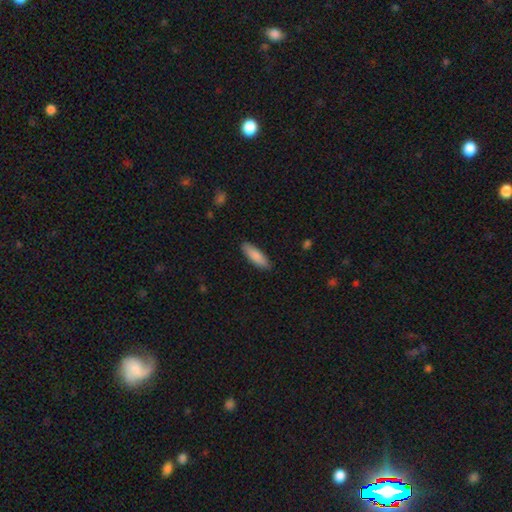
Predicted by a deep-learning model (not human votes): Smooth or featured? smooth (86%)
How rounded? cigar-shaped (51%)
Merging? none (88%)